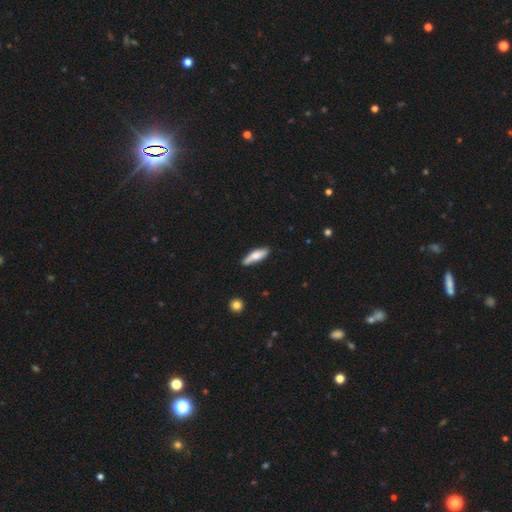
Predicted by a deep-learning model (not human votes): Morphology: type=smooth (65%); roundness=cigar-shaped (57%); merging=none (79%).